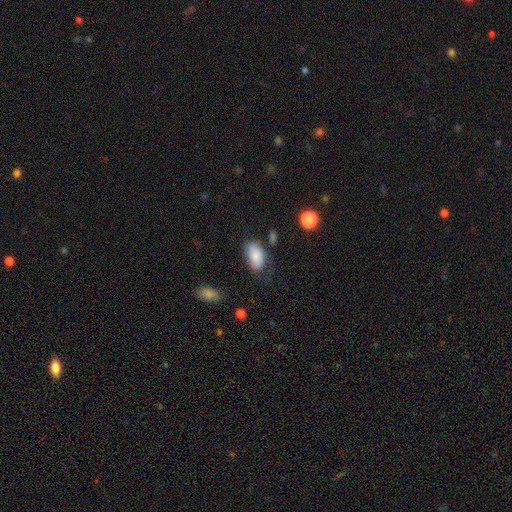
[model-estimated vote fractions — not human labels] Smooth or featured? Predicted: smooth (p=0.84). How rounded? Predicted: in between (p=0.93). Merging? Predicted: none (p=0.61).